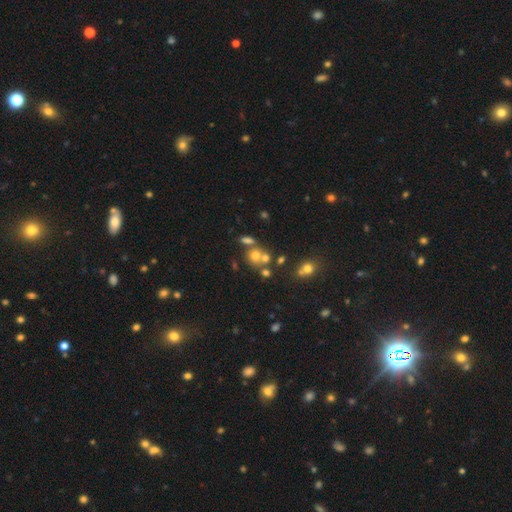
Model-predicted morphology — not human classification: smooth-or-featured: smooth: 63% | star or artifact: 19% | featured or disk: 18%
  how-rounded: round: 79% | in between: 20% | cigar-shaped: 1%
  merging: none: 49% | merger: 35% | minor disturbance: 10% | major disturbance: 6%